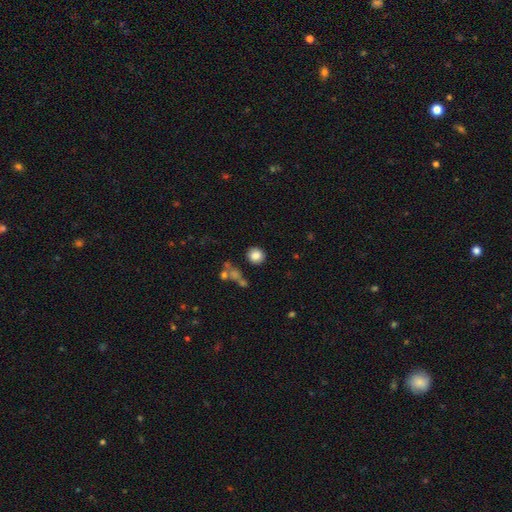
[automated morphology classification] type=smooth (84%); roundness=round (86%); merging=none (82%).